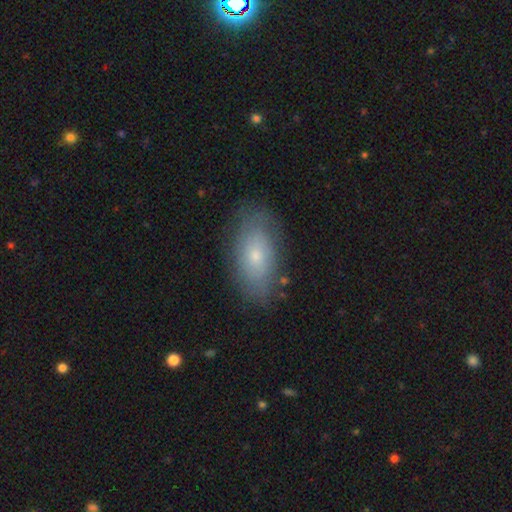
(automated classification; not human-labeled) Smooth or featured: smooth — 63% (featured or disk — 29%)
How rounded: in between — 91% (cigar-shaped — 5%)
Merging: none — 79% (minor disturbance — 15%)